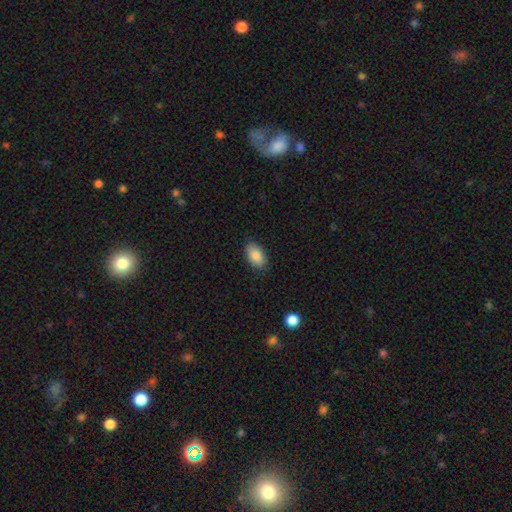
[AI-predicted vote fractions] Q: Smooth or featured?
A: smooth (87%); runner-up: star or artifact (7%)
Q: How rounded?
A: in between (94%); runner-up: round (4%)
Q: Merging?
A: none (86%); runner-up: minor disturbance (11%)